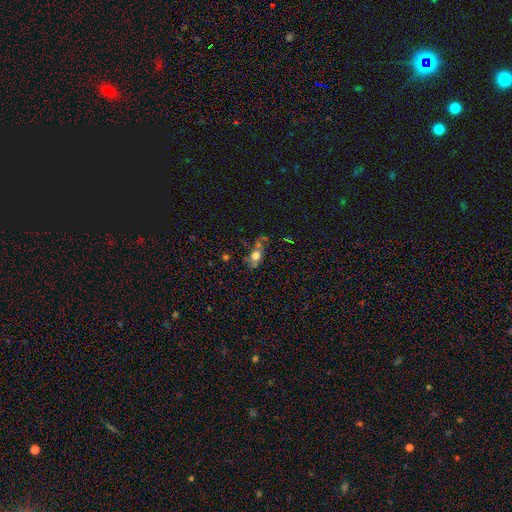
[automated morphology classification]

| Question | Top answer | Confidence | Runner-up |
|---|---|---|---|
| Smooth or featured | smooth | 55% | featured or disk (30%) |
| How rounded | in between | 66% | round (24%) |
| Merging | none | 48% | minor disturbance (24%) |